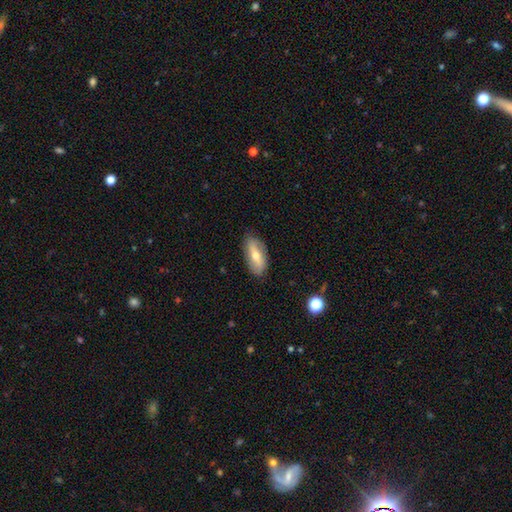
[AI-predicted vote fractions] A smooth galaxy with no disk features (49%). Merging: none (83%).